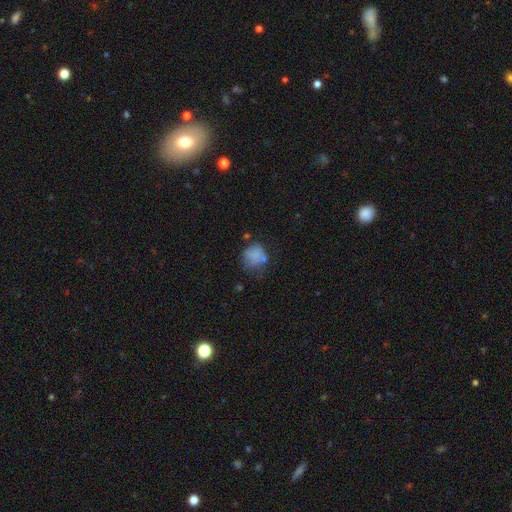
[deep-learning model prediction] smooth_or_featured: smooth (p=0.74) [alt: featured or disk p=0.15]
how_rounded: round (p=0.70) [alt: in between p=0.29]
merging: none (p=0.47) [alt: minor disturbance p=0.28]